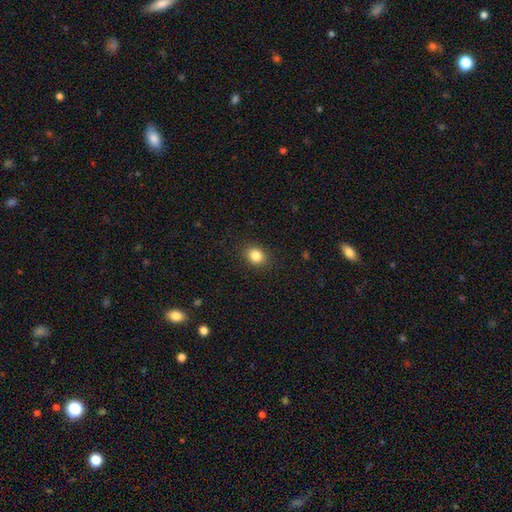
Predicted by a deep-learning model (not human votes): smooth-or-featured: smooth: 84% | star or artifact: 11% | featured or disk: 5%
  how-rounded: round: 59% | in between: 40% | cigar-shaped: 1%
  merging: none: 89% | minor disturbance: 8% | major disturbance: 2% | merger: 1%